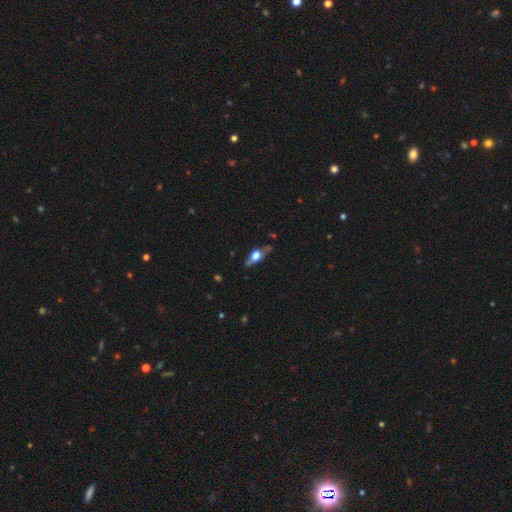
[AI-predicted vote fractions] Smooth or featured?
  - featured or disk: 57% *
  - smooth: 33%
  - star or artifact: 10%
Edge-on disk?
  - yes: 88% *
  - no: 12%
Edge-on bulge?
  - rounded: 93% *
  - boxy: 6%
  - none: 2%
Merging?
  - none: 69% *
  - minor disturbance: 19%
  - major disturbance: 9%
  - merger: 4%